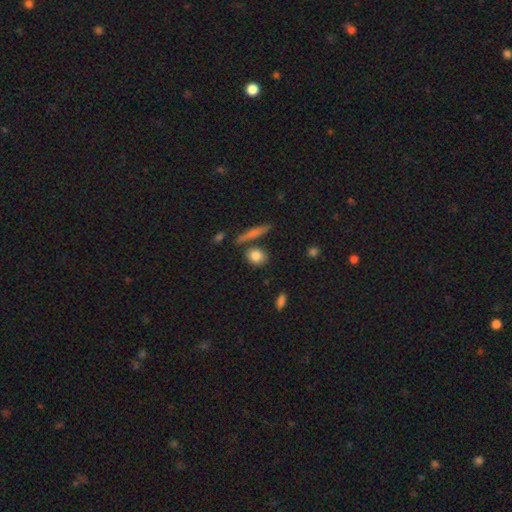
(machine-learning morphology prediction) This is clearly a smooth galaxy (83%). How rounded: possibly round (59%). Merging: likely none (74%).